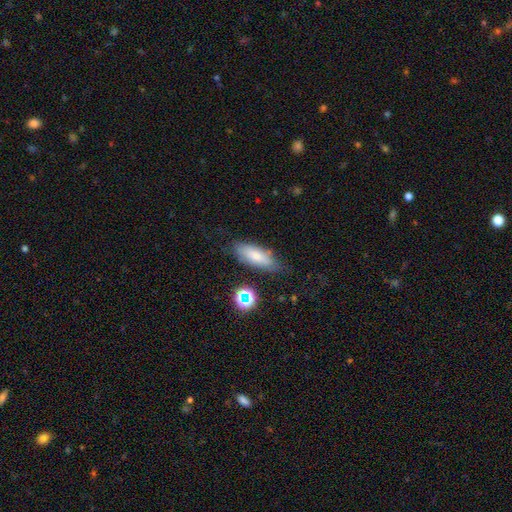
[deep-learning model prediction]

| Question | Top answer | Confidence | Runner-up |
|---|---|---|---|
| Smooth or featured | smooth | 69% | featured or disk (21%) |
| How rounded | in between | 64% | cigar-shaped (32%) |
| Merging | none | 73% | minor disturbance (19%) |